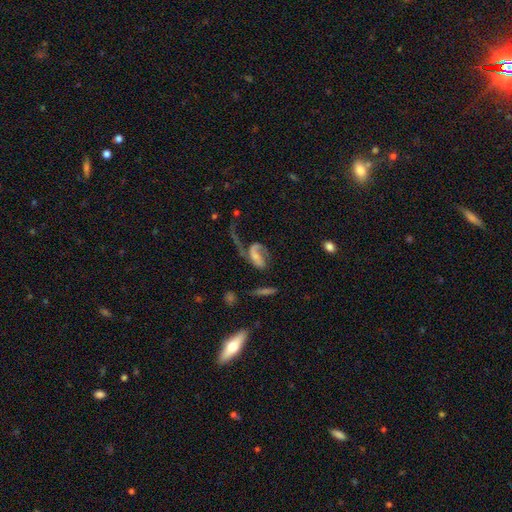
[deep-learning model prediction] featured or disk 70%, smooth 21%, star or artifact 9%. Down the decision tree: edge-on disk — no (96%); bar — no (48%); spiral arms — yes (83%); spiral arm count — 2 (47%); spiral winding — loose (58%); bulge size — small (41%); merging — major disturbance (55%).